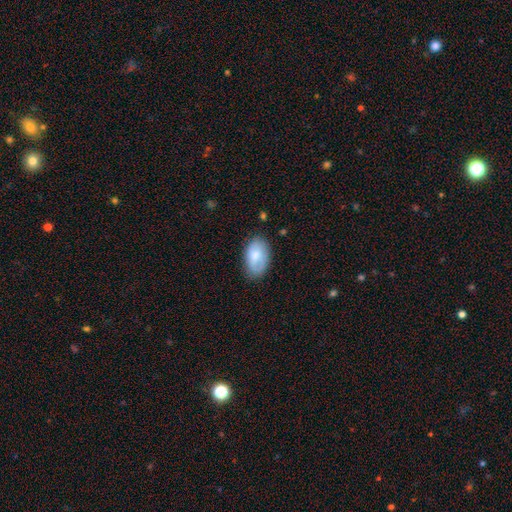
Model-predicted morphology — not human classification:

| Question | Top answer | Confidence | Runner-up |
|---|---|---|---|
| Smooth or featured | smooth | 74% | featured or disk (20%) |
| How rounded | in between | 93% | round (6%) |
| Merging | none | 73% | minor disturbance (21%) |